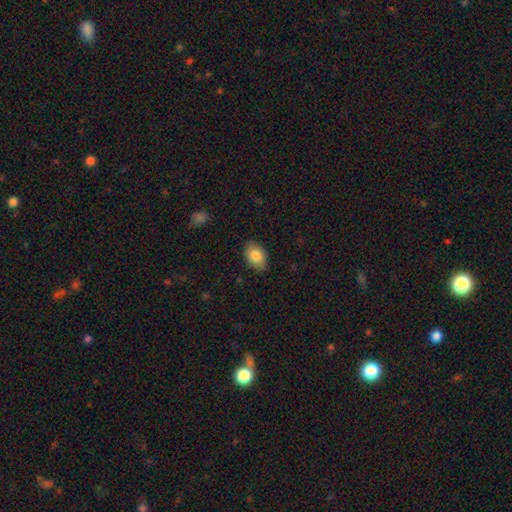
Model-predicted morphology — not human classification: This appears to be a smooth galaxy with no disk features (85%) that is in between round and cigar-shaped (88%). Merging: none (86%).